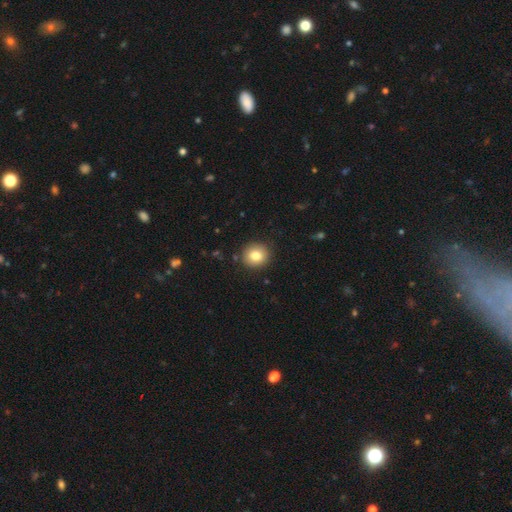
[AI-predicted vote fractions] smooth 82%, star or artifact 10%, featured or disk 8%. Down the decision tree: how rounded — round (86%); merging — none (90%).